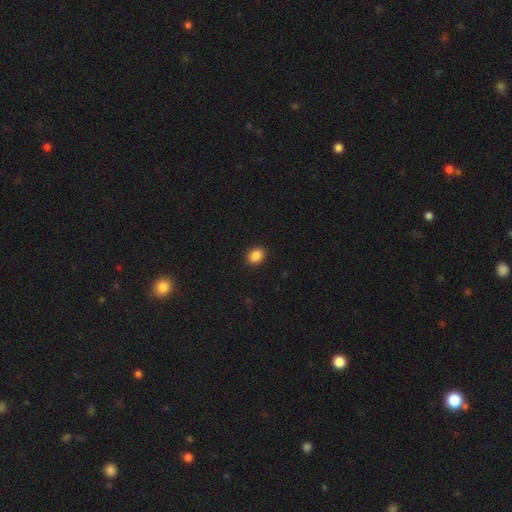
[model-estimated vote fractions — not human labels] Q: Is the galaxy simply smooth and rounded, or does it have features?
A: smooth — 88%.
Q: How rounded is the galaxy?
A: in between — 53%.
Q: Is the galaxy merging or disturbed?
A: none — 91%.